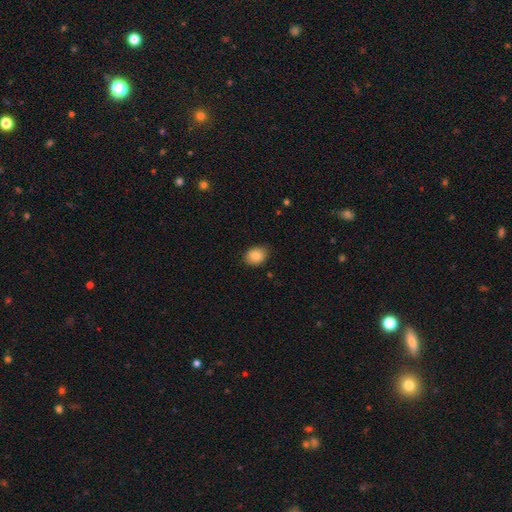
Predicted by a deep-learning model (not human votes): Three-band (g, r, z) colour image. It shows a smooth galaxy with no disk features (86%) that is in between round and cigar-shaped (63%). Merging: none (81%).